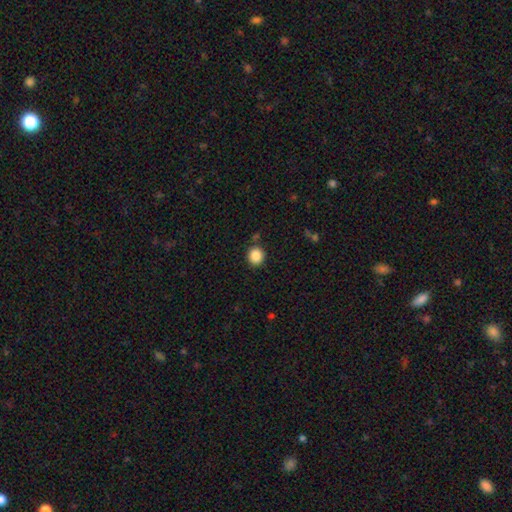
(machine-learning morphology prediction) A smooth galaxy with no disk features (87%) that is round (85%). Merging: none (85%).